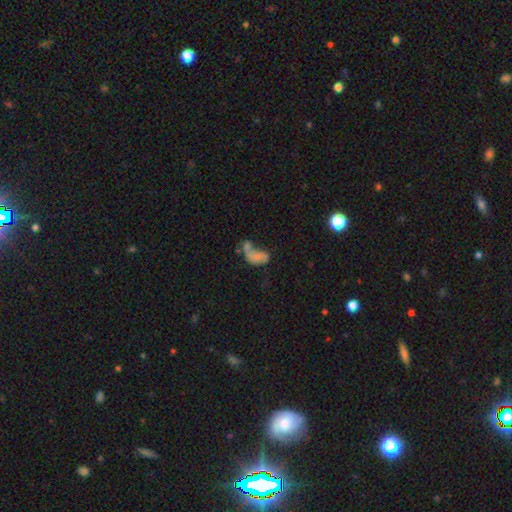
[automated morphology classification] Smooth or featured: smooth — 52% (featured or disk — 35%)
How rounded: in between — 87% (round — 9%)
Merging: merger — 41% (major disturbance — 29%)